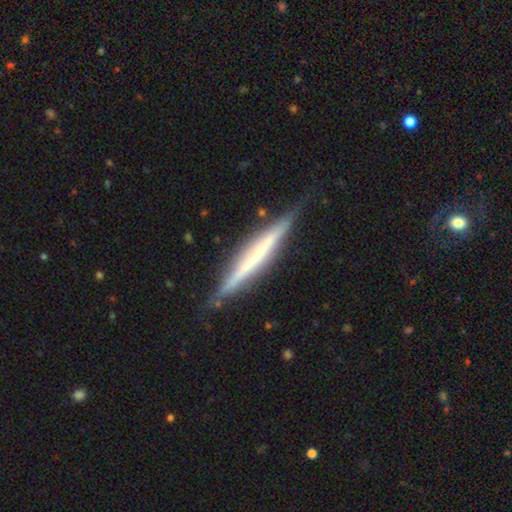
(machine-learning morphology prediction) Smooth or featured? Predicted: featured or disk (p=0.64). Edge-on disk? Predicted: yes (p=0.97). Edge-on bulge? Predicted: none (p=0.74). Merging? Predicted: none (p=0.83).